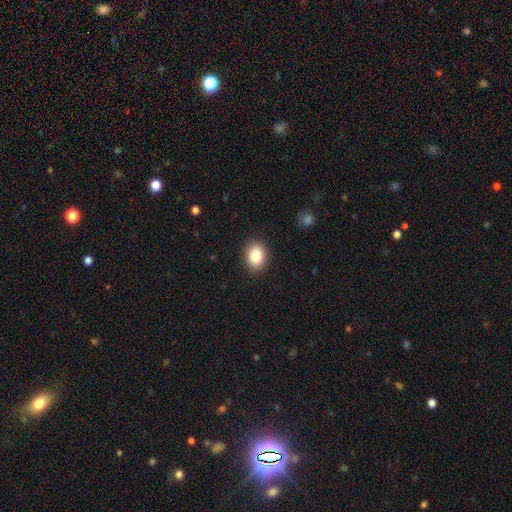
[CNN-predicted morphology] type=smooth (85%); roundness=in between (68%); merging=none (89%).